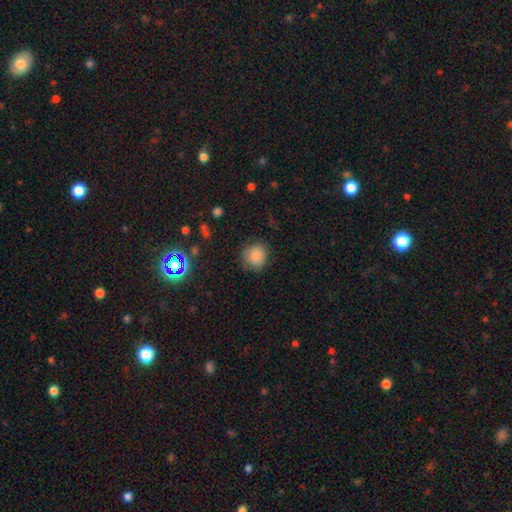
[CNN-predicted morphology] type=smooth (83%); roundness=round (89%); merging=none (80%).